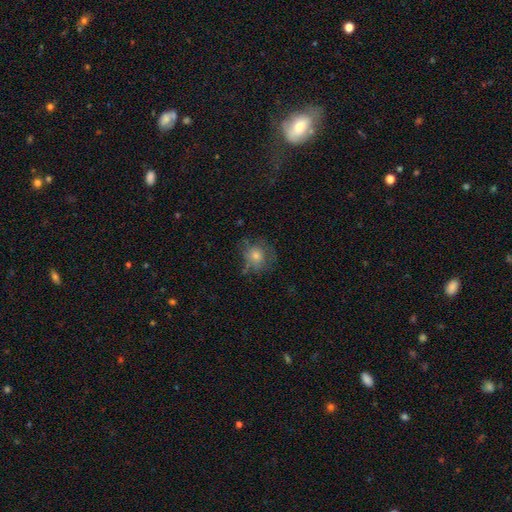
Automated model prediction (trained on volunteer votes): Smooth or featured: smooth — 59% (featured or disk — 24%)
How rounded: round — 82% (in between — 17%)
Merging: none — 65% (minor disturbance — 21%)